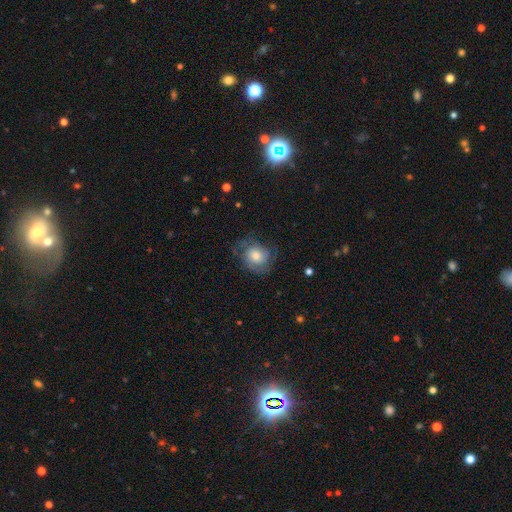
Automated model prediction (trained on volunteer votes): Q: Smooth or featured?
A: featured or disk (54%); runner-up: smooth (37%)
Q: Edge-on disk?
A: no (97%); runner-up: yes (3%)
Q: Bar?
A: no (77%); runner-up: weak (19%)
Q: Spiral arms?
A: yes (84%); runner-up: no (16%)
Q: Bulge size?
A: moderate (54%); runner-up: large (24%)
Q: Merging?
A: none (65%); runner-up: minor disturbance (21%)